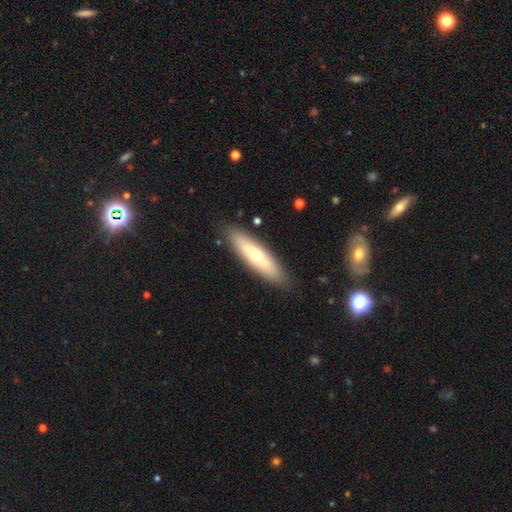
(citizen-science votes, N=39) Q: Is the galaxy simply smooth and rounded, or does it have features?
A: featured or disk — 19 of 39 (49%).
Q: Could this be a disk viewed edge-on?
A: yes — 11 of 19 (58%).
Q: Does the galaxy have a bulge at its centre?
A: rounded — 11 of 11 (100%).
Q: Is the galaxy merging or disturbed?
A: none — 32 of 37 (86%).